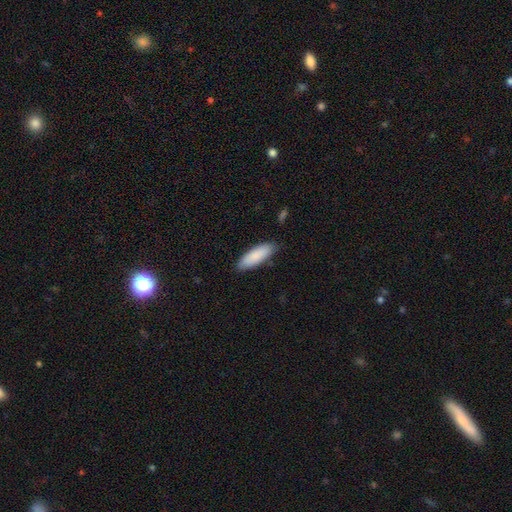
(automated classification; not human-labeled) A smooth galaxy with no disk features (86%) that is in between round and cigar-shaped (59%). Merging: none (83%).